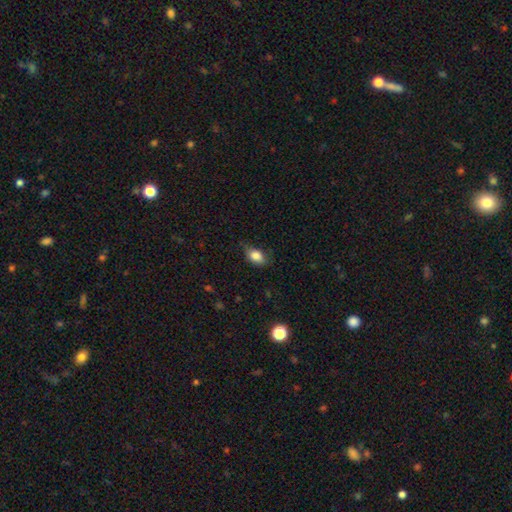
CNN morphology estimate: Smooth or featured: smooth — 84% (star or artifact — 8%)
How rounded: in between — 84% (round — 13%)
Merging: none — 68% (minor disturbance — 25%)